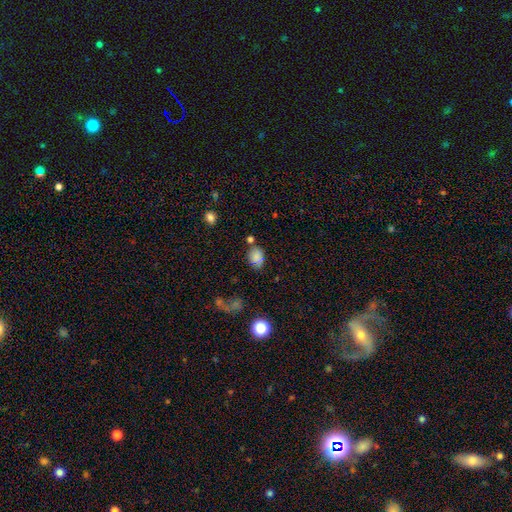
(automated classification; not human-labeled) Smooth or featured? smooth (77%)
How rounded? in between (73%)
Merging? none (63%)